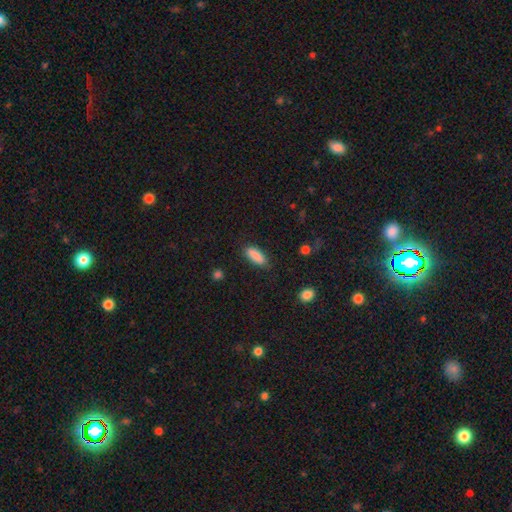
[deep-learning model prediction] Overall: smooth (88%). How rounded: in between (67%; cigar-shaped 30%). Merging: none (84%).